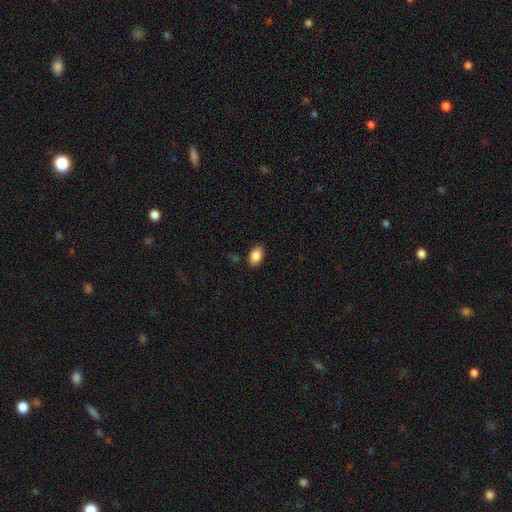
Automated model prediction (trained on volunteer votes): This appears to be a smooth galaxy with no disk features (86%) that is in between round and cigar-shaped (90%). Merging: none (87%).